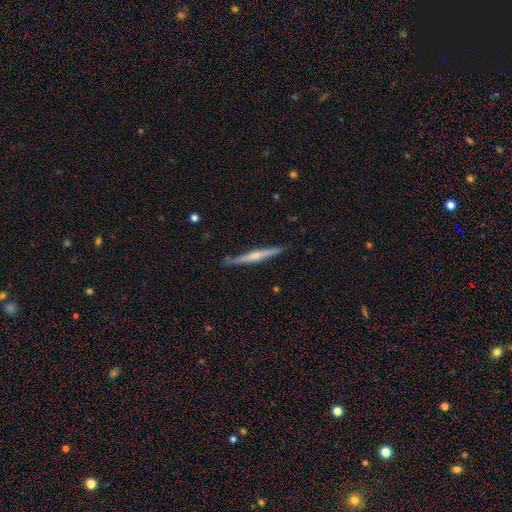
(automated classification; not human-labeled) A featured or disk galaxy (62%) viewed edge-on (98%) with a rounded central bulge (56%).

Vote fractions:
- Smooth or featured? featured or disk: 62% / smooth: 32% / star or artifact: 5%
- Edge-on disk? yes: 98% / no: 2%
- Edge-on bulge? rounded: 56% / none: 30% / boxy: 14%
- Merging? none: 86% / minor disturbance: 11% / major disturbance: 2% / merger: 1%